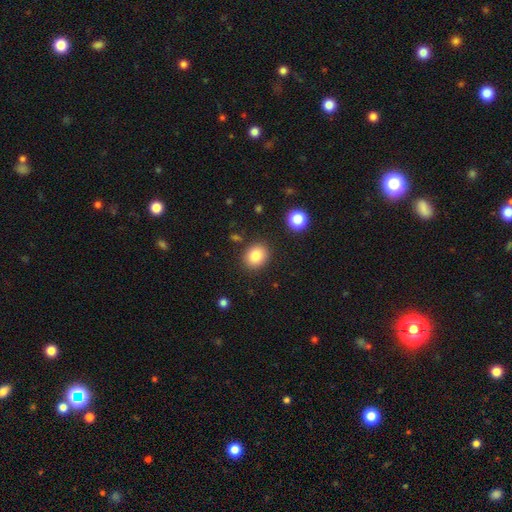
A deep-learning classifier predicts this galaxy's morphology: This appears to be a smooth galaxy with no disk features (85%) that is round (55%). Merging: none (86%).